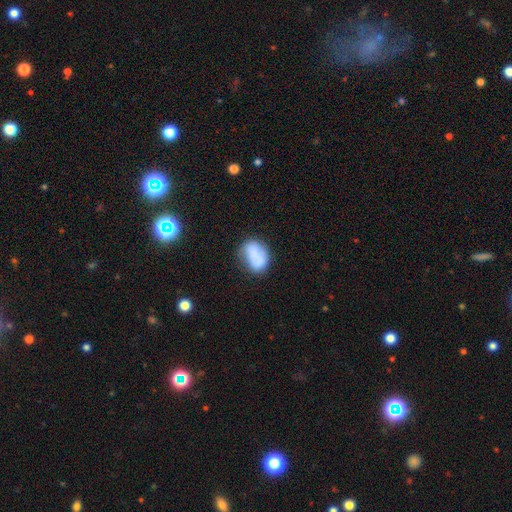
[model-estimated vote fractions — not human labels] smooth 76%, featured or disk 16%, star or artifact 8%. Down the decision tree: how rounded — in between (71%); merging — none (50%).